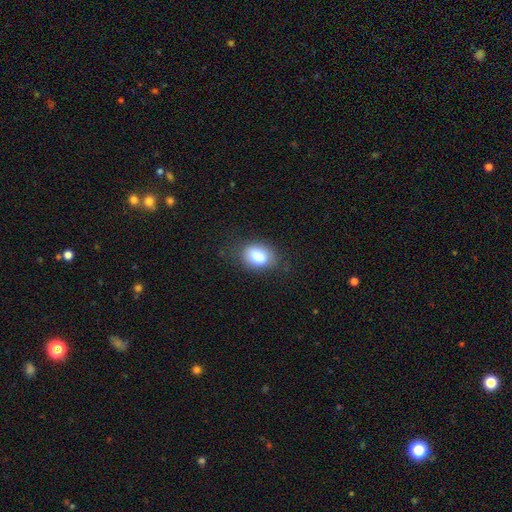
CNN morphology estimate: Smooth or featured? Predicted: smooth (p=0.82). How rounded? Predicted: in between (p=0.70). Merging? Predicted: none (p=0.76).